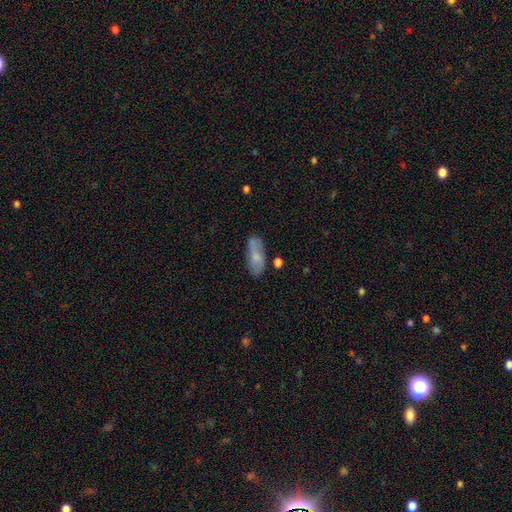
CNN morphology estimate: Smooth or featured? smooth (63%)
How rounded? in between (78%)
Merging? none (68%)